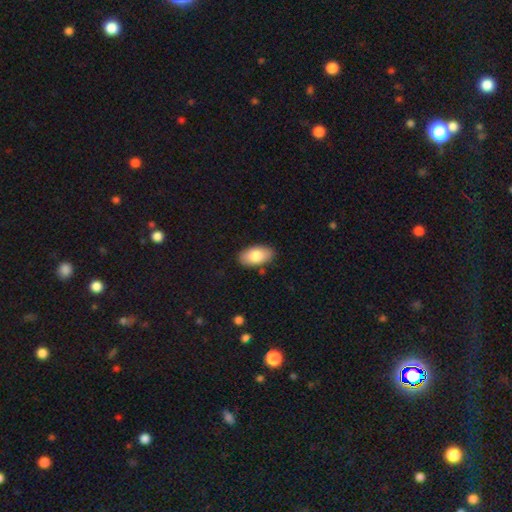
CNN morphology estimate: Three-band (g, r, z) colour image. It shows a smooth galaxy with no disk features (81%) that is in between round and cigar-shaped (95%). Merging: none (87%).